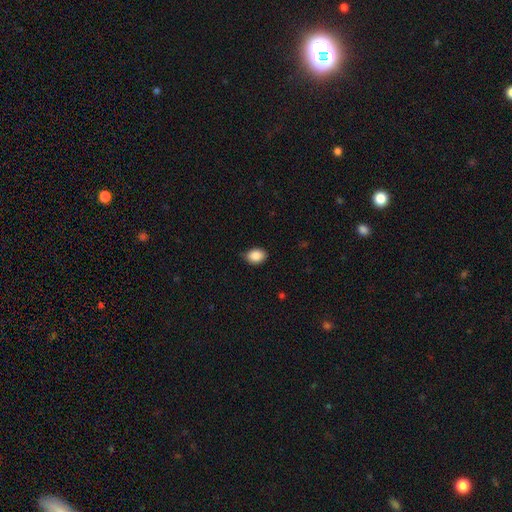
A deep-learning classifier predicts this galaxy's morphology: Q: Smooth or featured?
A: smooth (88%); runner-up: star or artifact (8%)
Q: How rounded?
A: in between (70%); runner-up: round (29%)
Q: Merging?
A: none (81%); runner-up: minor disturbance (16%)